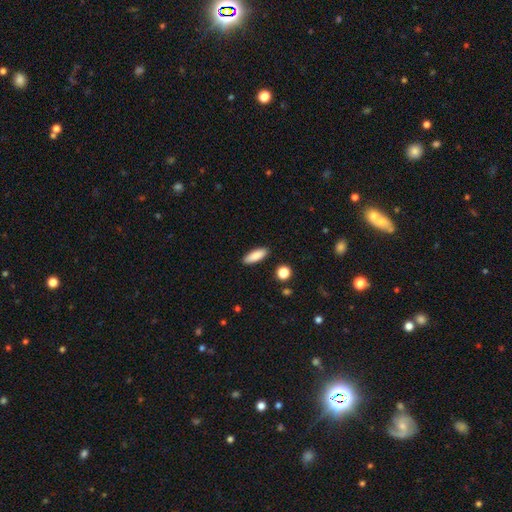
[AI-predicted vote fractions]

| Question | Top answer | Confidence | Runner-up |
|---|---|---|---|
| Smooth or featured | smooth | 86% | featured or disk (7%) |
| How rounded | in between | 60% | cigar-shaped (38%) |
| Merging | none | 89% | minor disturbance (8%) |